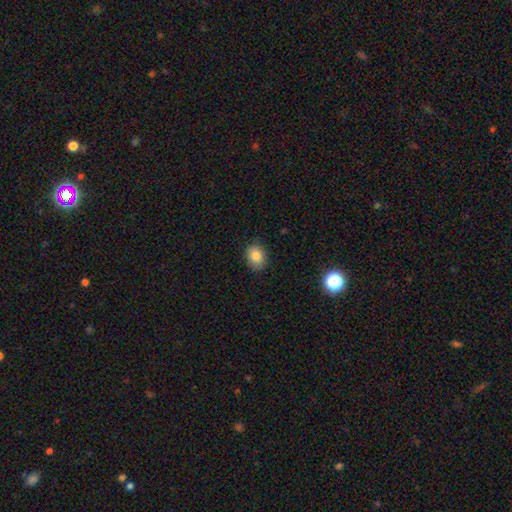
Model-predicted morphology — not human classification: A smooth galaxy with no disk features (85%) that is in between round and cigar-shaped (60%).

Vote fractions:
- Smooth or featured? smooth: 85% / star or artifact: 10% / featured or disk: 6%
- How rounded? in between: 60% / round: 39% / cigar-shaped: 1%
- Merging? none: 86% / minor disturbance: 10% / major disturbance: 2% / merger: 1%